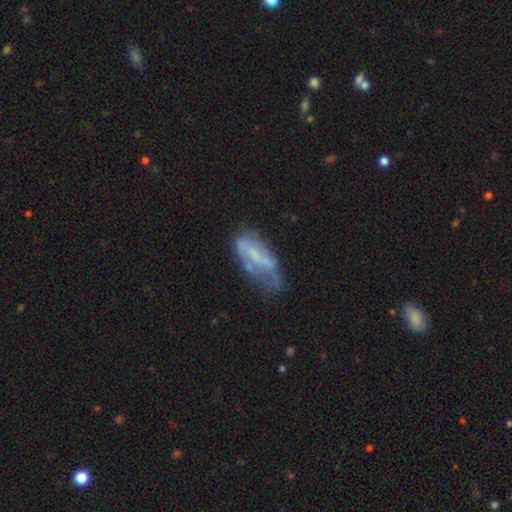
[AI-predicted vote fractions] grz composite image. It shows a featured or disk galaxy (51%). Merging: none (35%).